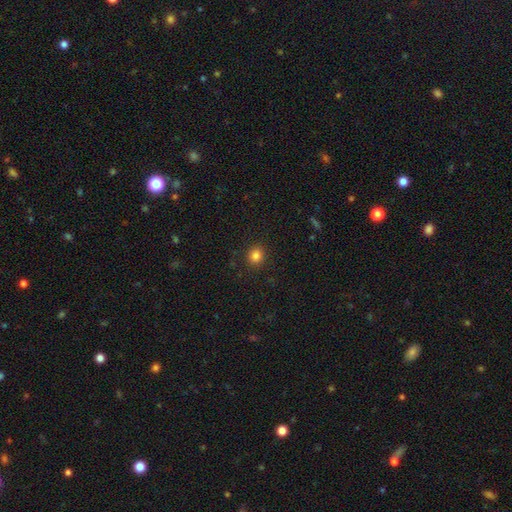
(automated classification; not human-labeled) This appears to be a smooth galaxy with no disk features (84%) that is round (84%). Merging: none (90%).